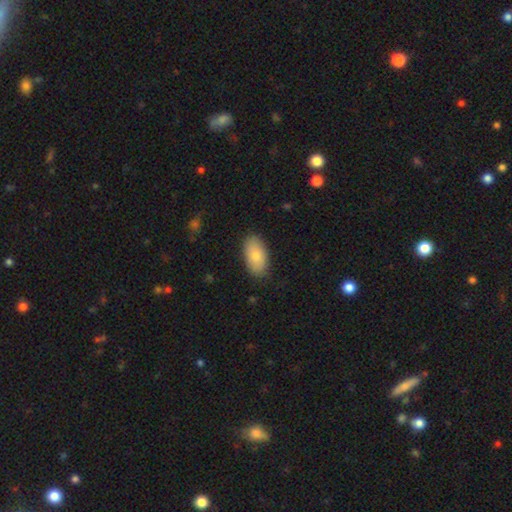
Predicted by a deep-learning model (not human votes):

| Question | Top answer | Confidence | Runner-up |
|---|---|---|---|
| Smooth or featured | smooth | 81% | featured or disk (13%) |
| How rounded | in between | 94% | round (4%) |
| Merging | none | 85% | minor disturbance (11%) |